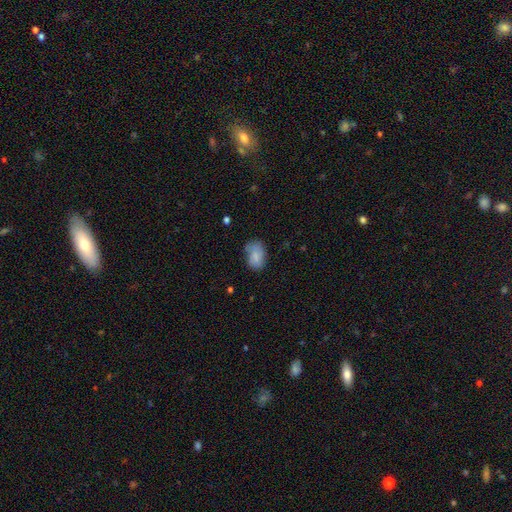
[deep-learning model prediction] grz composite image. It shows a smooth galaxy with no disk features (78%) that is in between round and cigar-shaped (88%). Merging: none (57%).